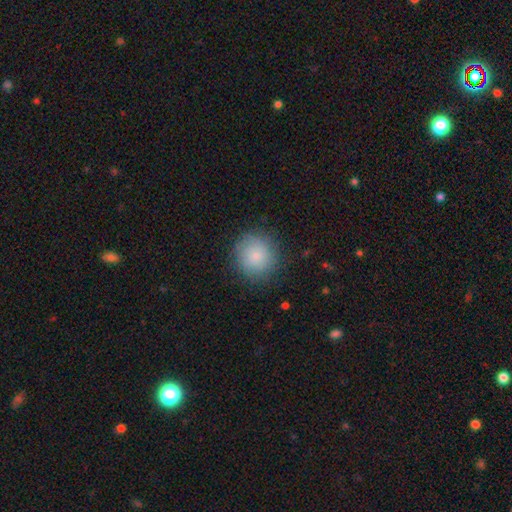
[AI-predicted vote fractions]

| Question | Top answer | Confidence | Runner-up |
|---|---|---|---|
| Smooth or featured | smooth | 84% | featured or disk (8%) |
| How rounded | round | 90% | in between (9%) |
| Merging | none | 84% | minor disturbance (11%) |